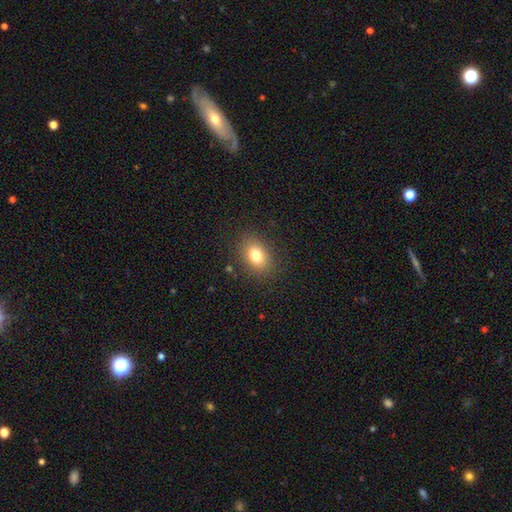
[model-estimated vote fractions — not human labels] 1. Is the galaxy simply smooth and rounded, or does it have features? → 79% smooth, 11% star or artifact, 10% featured or disk.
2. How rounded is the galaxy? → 72% in between, 27% round, 1% cigar-shaped.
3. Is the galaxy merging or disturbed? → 86% none, 9% minor disturbance, 4% major disturbance, 1% merger.